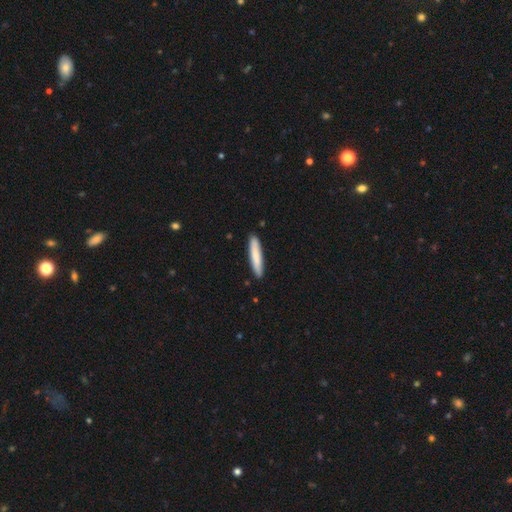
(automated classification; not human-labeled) Q: Smooth or featured?
A: smooth (79%); runner-up: featured or disk (16%)
Q: How rounded?
A: cigar-shaped (91%); runner-up: in between (8%)
Q: Merging?
A: none (90%); runner-up: minor disturbance (8%)